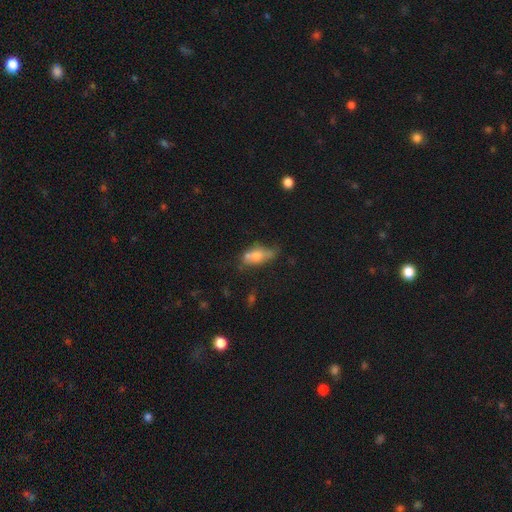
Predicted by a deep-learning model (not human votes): smooth_or_featured: smooth (p=0.58) [alt: featured or disk p=0.32]
how_rounded: in between (p=0.76) [alt: cigar-shaped p=0.19]
merging: none (p=0.43) [alt: minor disturbance p=0.29]